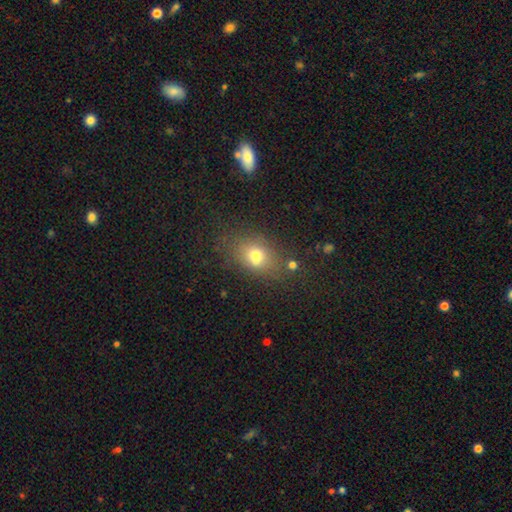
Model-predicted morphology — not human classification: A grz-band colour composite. It shows a smooth galaxy with no disk features (68%) that is in between round and cigar-shaped (63%). Merging: none (58%).